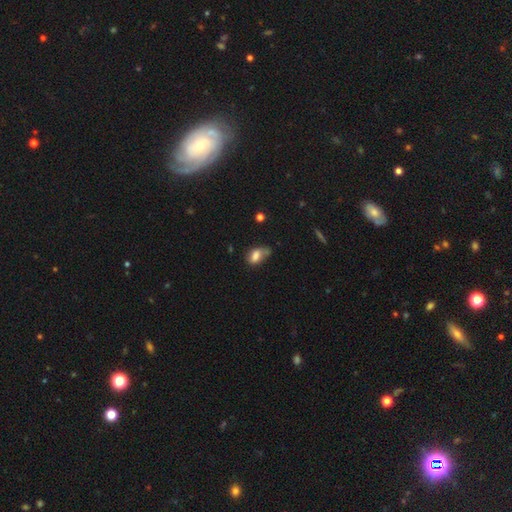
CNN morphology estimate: smooth 76%, featured or disk 15%, star or artifact 10%. Down the decision tree: how rounded — in between (85%); merging — minor disturbance (37%).